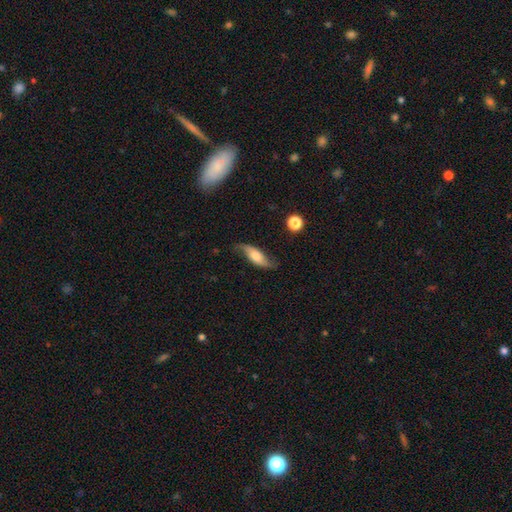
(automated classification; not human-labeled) Smooth or featured: featured or disk — 64% (smooth — 29%)
Edge-on disk: no — 80% (yes — 20%)
Bar: no — 65% (weak — 25%)
Spiral arms: yes — 91% (no — 9%)
Bulge size: moderate — 49% (small — 25%)
Merging: none — 70% (minor disturbance — 20%)